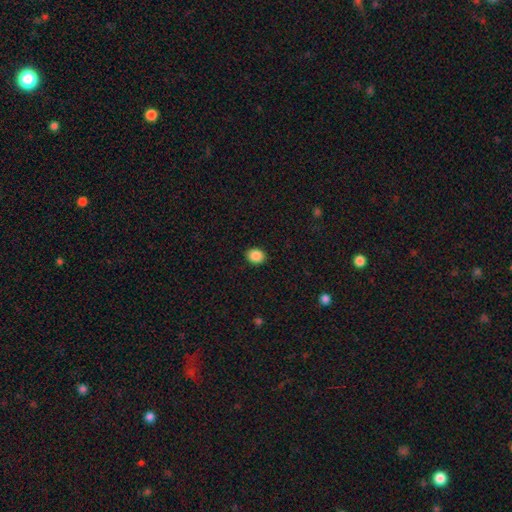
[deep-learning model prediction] A smooth galaxy with no disk features (88%) that is round (61%).

Vote fractions:
- Smooth or featured? smooth: 88% / star or artifact: 9% / featured or disk: 3%
- How rounded? round: 61% / in between: 38% / cigar-shaped: 1%
- Merging? none: 91% / minor disturbance: 6% / major disturbance: 2% / merger: 1%